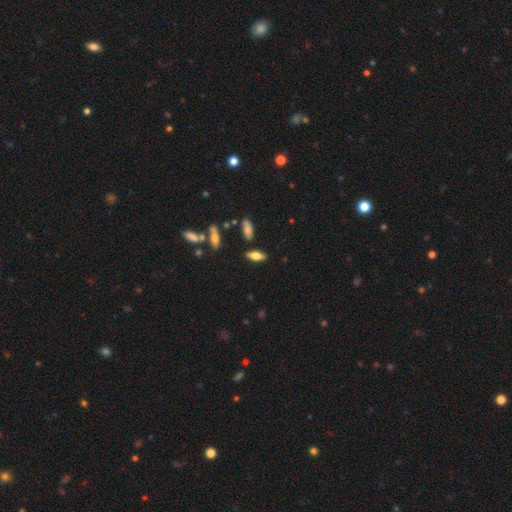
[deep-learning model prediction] Smooth or featured: smooth — 70% (featured or disk — 21%)
How rounded: in between — 77% (cigar-shaped — 20%)
Merging: none — 81% (minor disturbance — 12%)